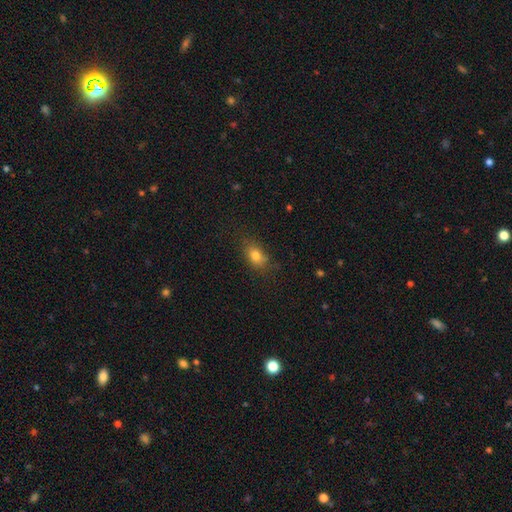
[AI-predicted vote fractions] Overall: smooth (79%). How rounded: in between (76%). Merging: none (75%).